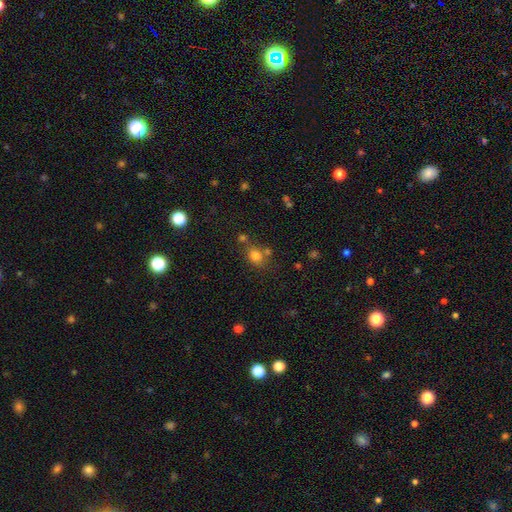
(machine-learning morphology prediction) This is likely a smooth galaxy (78%). How rounded: possibly round (59%). Merging: likely none (62%).